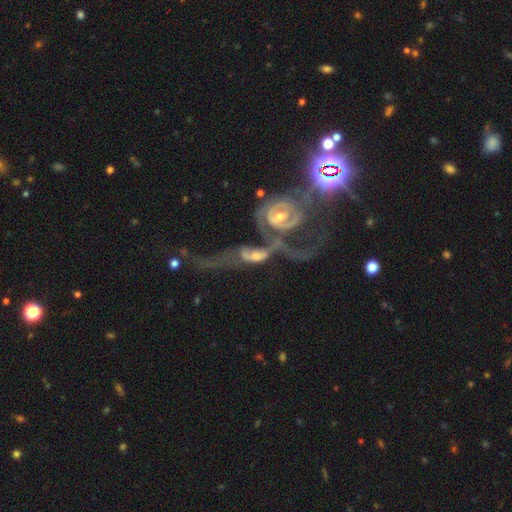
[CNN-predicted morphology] type=featured or disk (77%); edge-on=no (90%); bar=no (49%); spiral arms=yes (77%); winding=loose (53%); arm count=2 (62%); bulge=moderate (53%); merging=merger (71%).